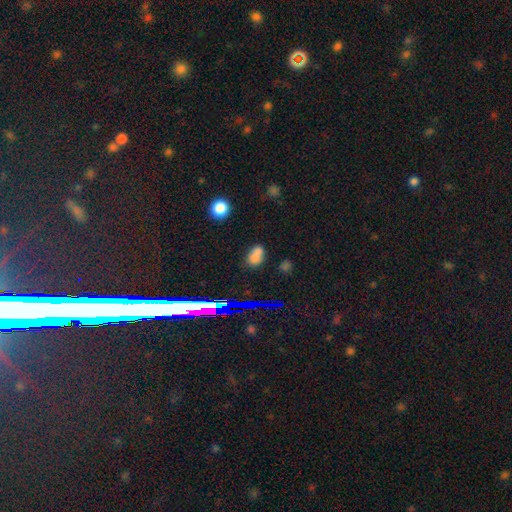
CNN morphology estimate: Smooth or featured? Predicted: smooth (p=0.72). How rounded? Predicted: in between (p=0.78). Merging? Predicted: none (p=0.55).